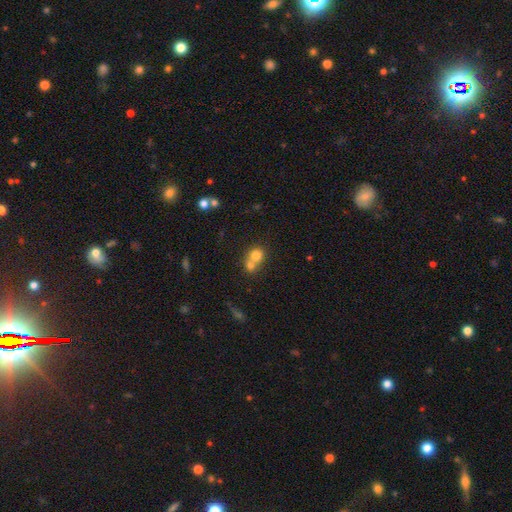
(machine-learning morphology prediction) This is likely a smooth galaxy (75%). How rounded: clearly round (81%). Merging: possibly merger (58%).